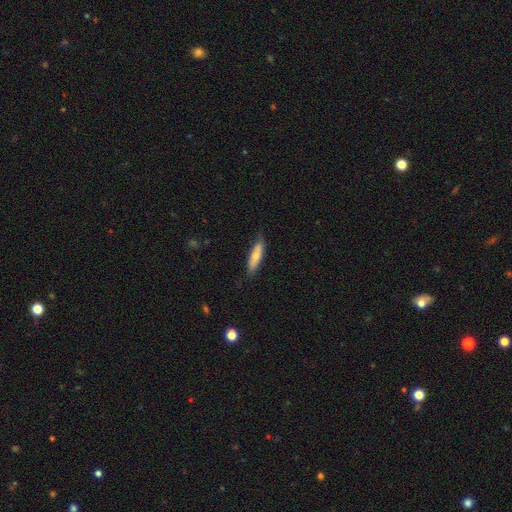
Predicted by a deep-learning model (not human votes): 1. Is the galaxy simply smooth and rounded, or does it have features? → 64% smooth, 30% featured or disk, 6% star or artifact.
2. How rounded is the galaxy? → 68% cigar-shaped, 30% in between, 2% round.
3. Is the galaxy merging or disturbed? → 73% none, 21% minor disturbance, 4% major disturbance, 2% merger.